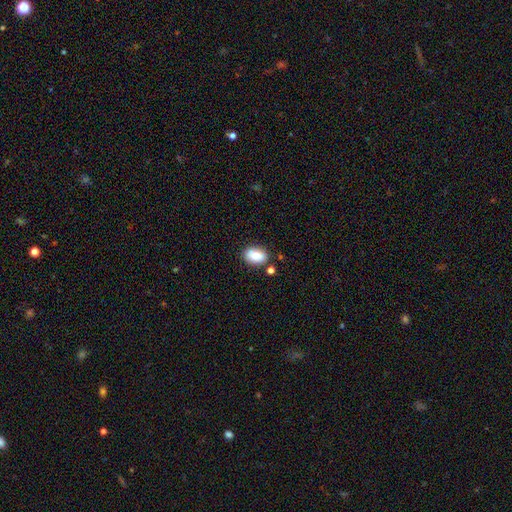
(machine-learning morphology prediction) smooth-or-featured: smooth: 84% | featured or disk: 9% | star or artifact: 8%
  how-rounded: in between: 88% | round: 10% | cigar-shaped: 2%
  merging: none: 75% | minor disturbance: 15% | merger: 7% | major disturbance: 3%